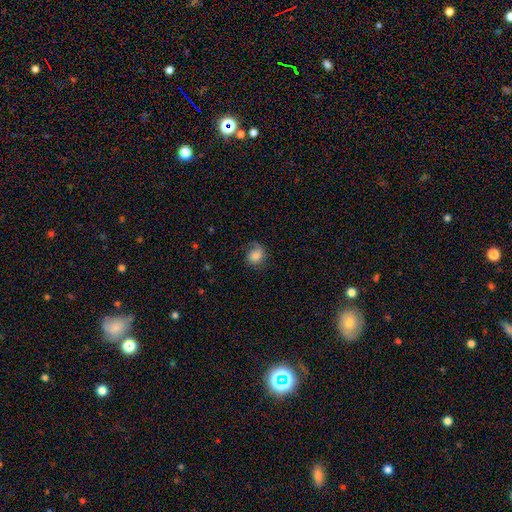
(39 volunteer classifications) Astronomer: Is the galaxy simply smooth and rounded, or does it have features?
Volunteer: smooth — 72%.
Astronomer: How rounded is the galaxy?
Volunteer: round — 68%.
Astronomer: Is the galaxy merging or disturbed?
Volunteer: none — 57%.